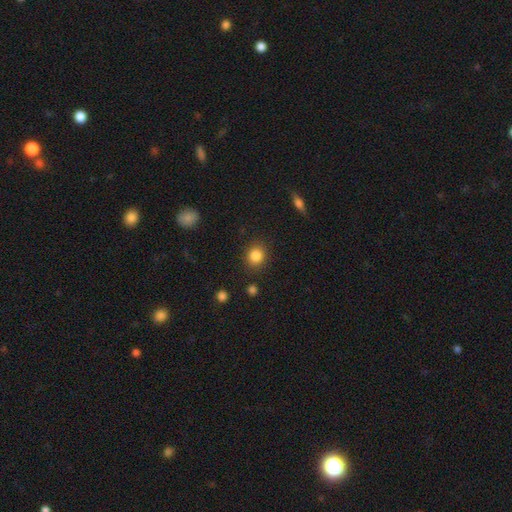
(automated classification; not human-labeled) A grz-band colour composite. It shows a smooth galaxy with no disk features (85%) that is round (81%). Merging: none (87%).